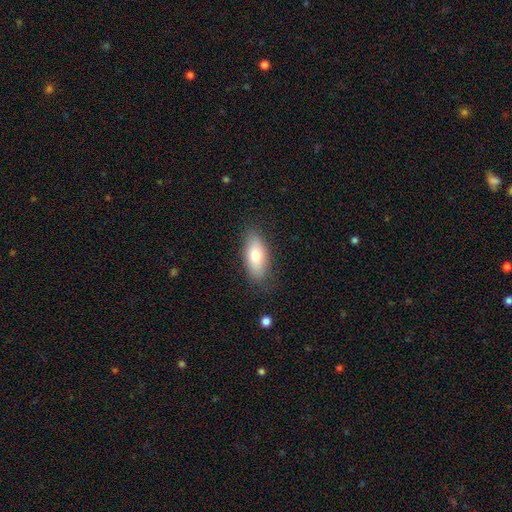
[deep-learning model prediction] This is likely a smooth galaxy (75%). How rounded: clearly in between (83%). Merging: clearly none (83%).